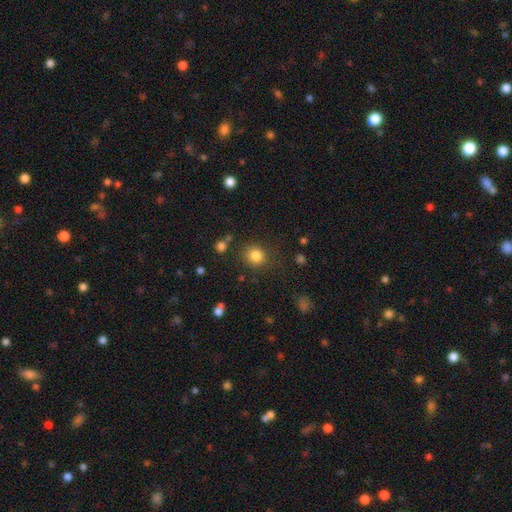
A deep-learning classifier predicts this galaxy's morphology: Q: Smooth or featured?
A: smooth (83%); runner-up: star or artifact (12%)
Q: How rounded?
A: round (84%); runner-up: in between (15%)
Q: Merging?
A: none (82%); runner-up: minor disturbance (10%)